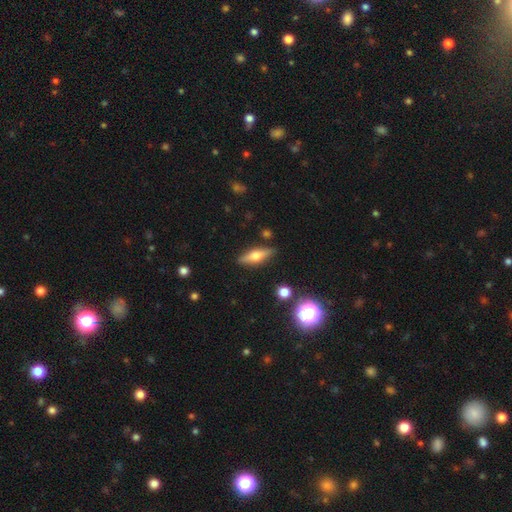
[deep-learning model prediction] featured or disk 55%, smooth 37%, star or artifact 8%. Down the decision tree: edge-on disk — yes (93%); edge-on bulge — rounded (93%); merging — none (86%).